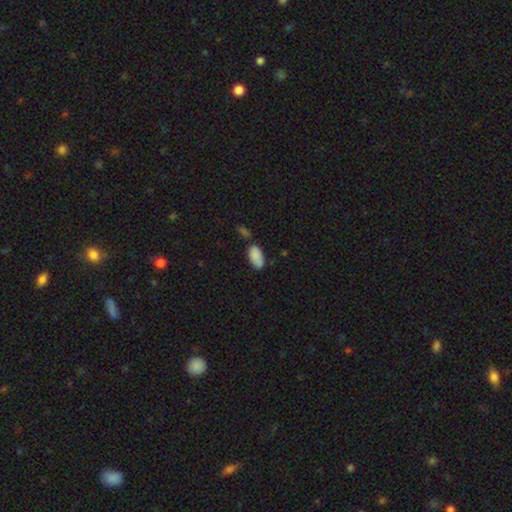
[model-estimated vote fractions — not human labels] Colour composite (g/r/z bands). It shows a smooth galaxy with no disk features (87%) that is in between round and cigar-shaped (93%). Merging: none (63%).